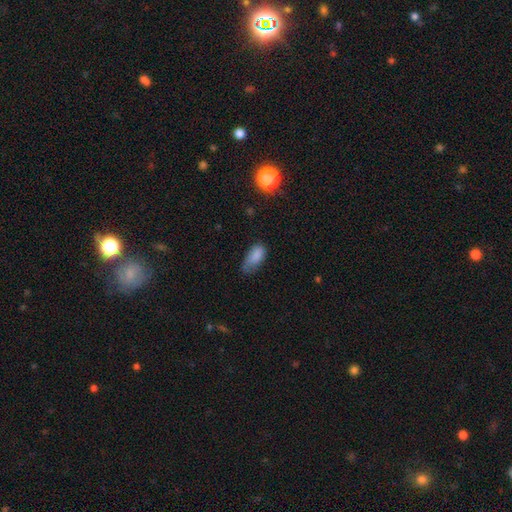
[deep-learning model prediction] This is clearly a smooth galaxy (82%). How rounded: clearly in between (89%). Merging: marginally none (45%).